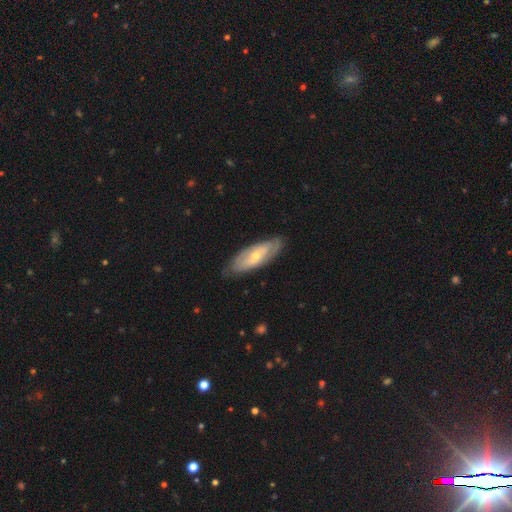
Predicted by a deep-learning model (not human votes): Smooth or featured? Predicted: featured or disk (p=0.62). Edge-on disk? Predicted: no (p=0.78). Merging? Predicted: none (p=0.80).